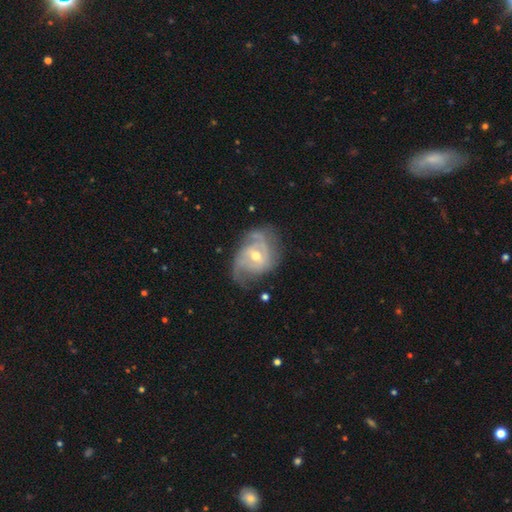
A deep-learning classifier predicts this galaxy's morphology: Smooth or featured?
  - featured or disk: 83% *
  - smooth: 11%
  - star or artifact: 6%
Edge-on disk?
  - no: 97% *
  - yes: 3%
Bar?
  - no: 53% *
  - weak: 38%
  - strong: 9%
Spiral arms?
  - yes: 92% *
  - no: 8%
Spiral winding?
  - medium: 41% *
  - tight: 39%
  - loose: 20%
Spiral arm count?
  - 2: 42% *
  - can't tell: 23%
  - 3: 21%
  - 1: 6%
  - 4: 5%
  - more than 4: 3%
Bulge size?
  - moderate: 62% *
  - small: 34%
  - large: 3%
  - none: 1%
  - dominant: 1%
Merging?
  - none: 55% *
  - minor disturbance: 26%
  - major disturbance: 16%
  - merger: 2%